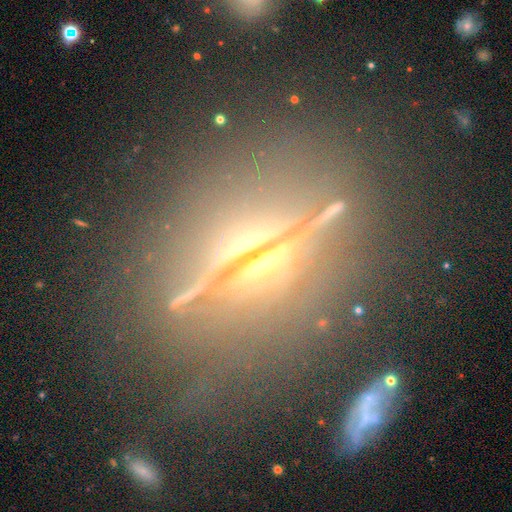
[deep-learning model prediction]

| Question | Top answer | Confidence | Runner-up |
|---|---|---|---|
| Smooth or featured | featured or disk | 60% | star or artifact (26%) |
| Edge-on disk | yes | 85% | no (15%) |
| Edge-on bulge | rounded | 89% | boxy (7%) |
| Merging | none | 77% | minor disturbance (12%) |